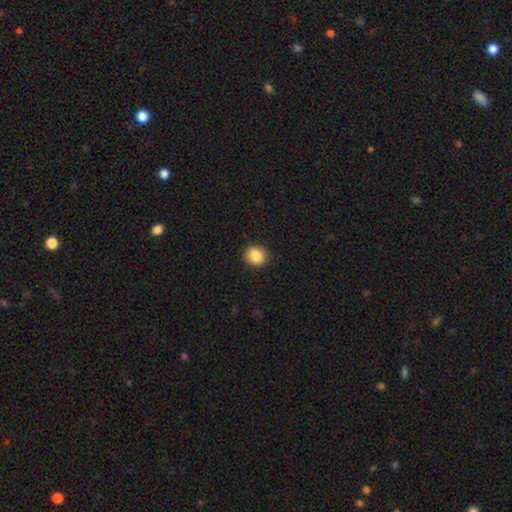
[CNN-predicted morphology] Smooth or featured? Predicted: smooth (p=0.87). How rounded? Predicted: round (p=0.79). Merging? Predicted: none (p=0.90).